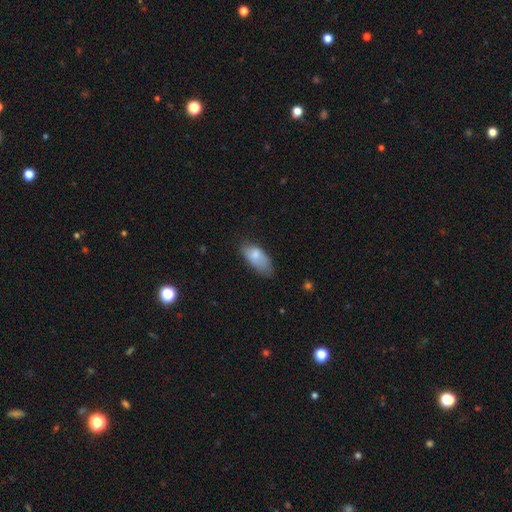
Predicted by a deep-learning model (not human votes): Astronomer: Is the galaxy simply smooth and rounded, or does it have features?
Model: smooth — 78%.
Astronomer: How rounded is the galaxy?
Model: in between — 91%.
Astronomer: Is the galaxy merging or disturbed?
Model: none — 48% (runner-up: minor disturbance, 37%).